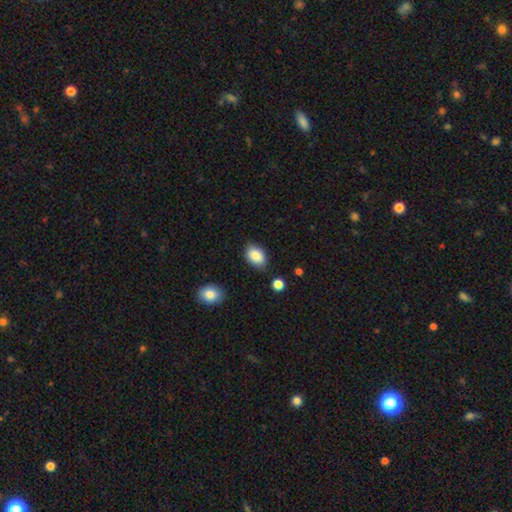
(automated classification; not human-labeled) Morphology: type=smooth (87%); roundness=in between (87%); merging=none (81%).